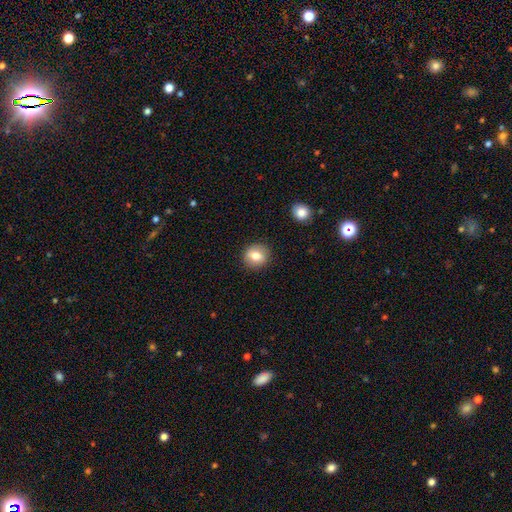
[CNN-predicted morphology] Smooth or featured?
  - smooth: 77% *
  - featured or disk: 14%
  - star or artifact: 9%
How rounded?
  - round: 82% *
  - in between: 17%
  - cigar-shaped: 1%
Merging?
  - none: 88% *
  - minor disturbance: 8%
  - major disturbance: 2%
  - merger: 1%